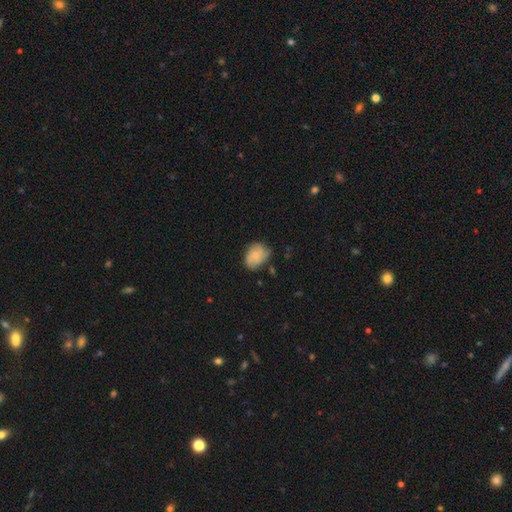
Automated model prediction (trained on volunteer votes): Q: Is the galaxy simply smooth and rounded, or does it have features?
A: smooth — 52%.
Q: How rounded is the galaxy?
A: in between — 62%.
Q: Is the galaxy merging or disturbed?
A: none — 63%.